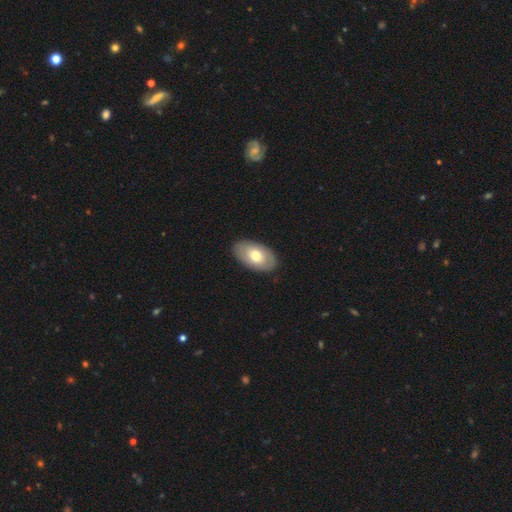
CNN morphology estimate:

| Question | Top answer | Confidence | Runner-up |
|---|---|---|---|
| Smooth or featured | smooth | 66% | featured or disk (29%) |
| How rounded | in between | 94% | round (5%) |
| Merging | none | 86% | minor disturbance (11%) |